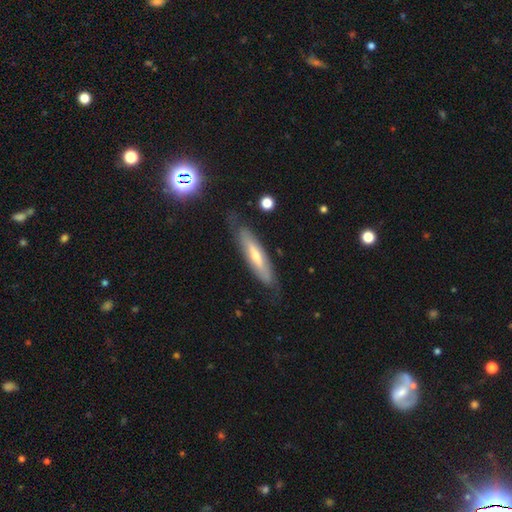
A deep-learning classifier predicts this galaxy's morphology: A featured or disk galaxy (54%) viewed edge-on (63%).

Vote fractions:
- Smooth or featured? featured or disk: 54% / smooth: 39% / star or artifact: 7%
- Edge-on disk? yes: 63% / no: 37%
- Merging? none: 76% / minor disturbance: 18% / major disturbance: 5% / merger: 2%